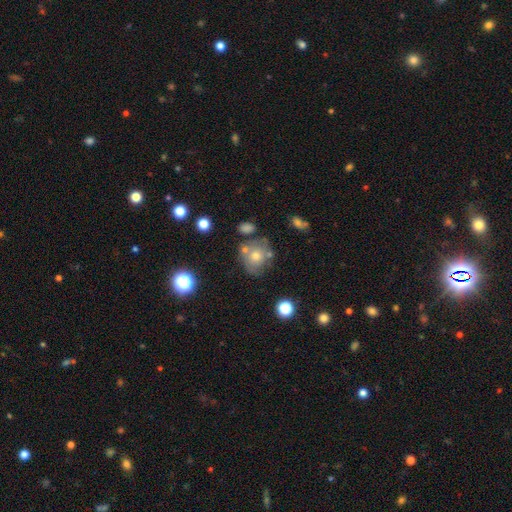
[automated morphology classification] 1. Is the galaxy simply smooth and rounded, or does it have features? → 53% smooth, 31% featured or disk, 16% star or artifact.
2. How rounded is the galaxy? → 74% round, 25% in between, 1% cigar-shaped.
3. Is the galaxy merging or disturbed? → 56% none, 20% minor disturbance, 16% merger, 9% major disturbance.